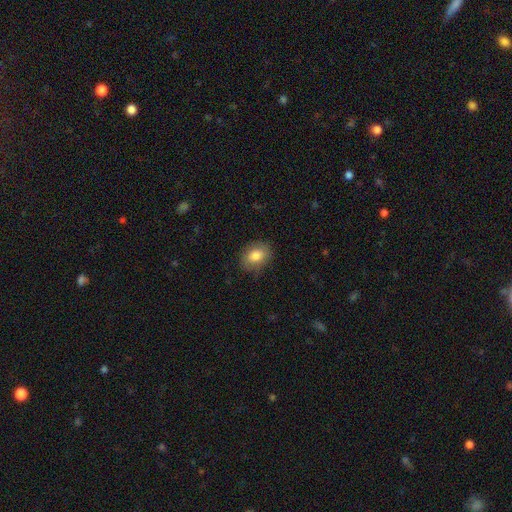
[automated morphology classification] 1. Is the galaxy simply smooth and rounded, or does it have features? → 80% smooth, 12% featured or disk, 8% star or artifact.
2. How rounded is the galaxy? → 67% in between, 32% round, 1% cigar-shaped.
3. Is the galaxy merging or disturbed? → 81% none, 15% minor disturbance, 4% major disturbance, 1% merger.